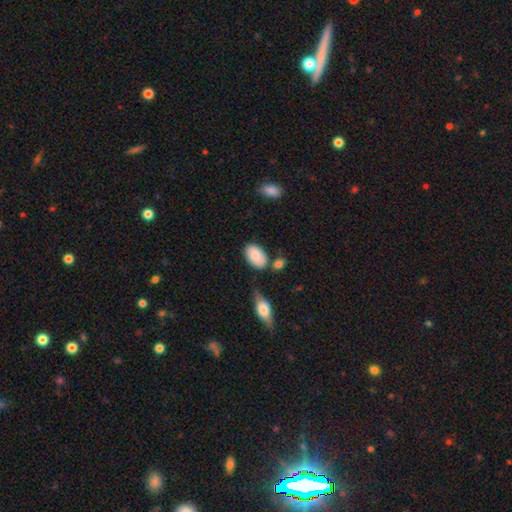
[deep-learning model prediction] Morphology: type=smooth (84%); roundness=in between (93%); merging=none (68%).